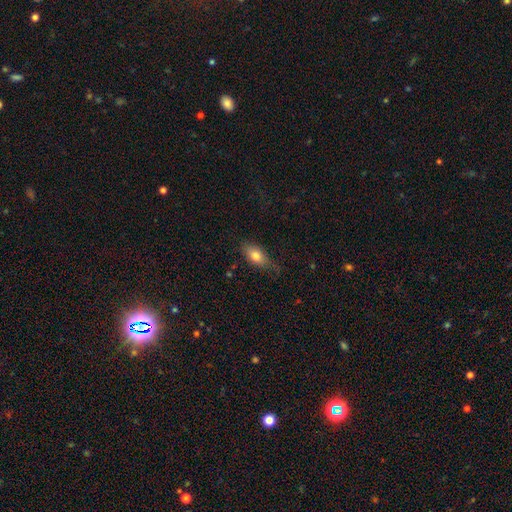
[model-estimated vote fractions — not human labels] A smooth galaxy with no disk features (78%) that is in between round and cigar-shaped (84%). Merging: none (68%).